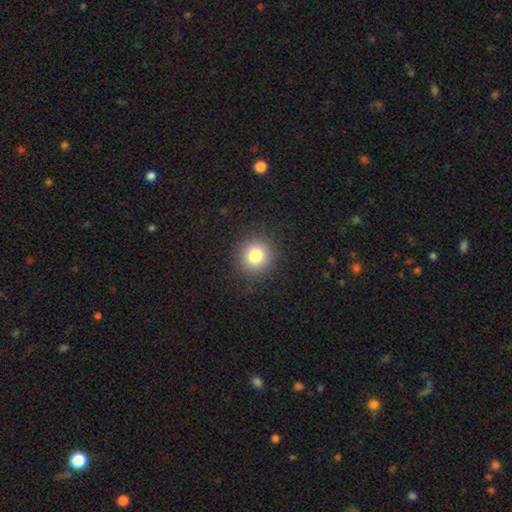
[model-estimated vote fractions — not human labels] Overall: smooth (80%). How rounded: round (92%). Merging: none (90%).